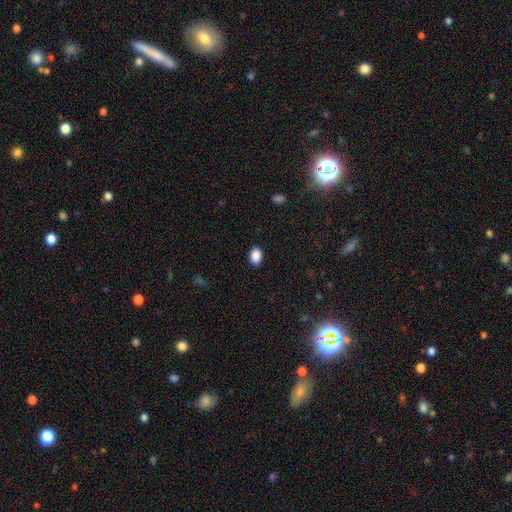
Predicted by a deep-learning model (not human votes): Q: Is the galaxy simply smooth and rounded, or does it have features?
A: smooth — 89%.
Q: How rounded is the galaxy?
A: in between — 78%.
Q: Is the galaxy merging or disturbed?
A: none — 88%.